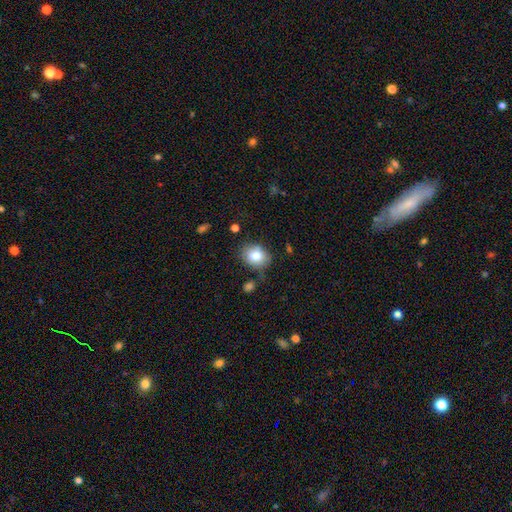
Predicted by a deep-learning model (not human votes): smooth 80%, featured or disk 11%, star or artifact 9%. Down the decision tree: how rounded — round (51%); merging — none (75%).